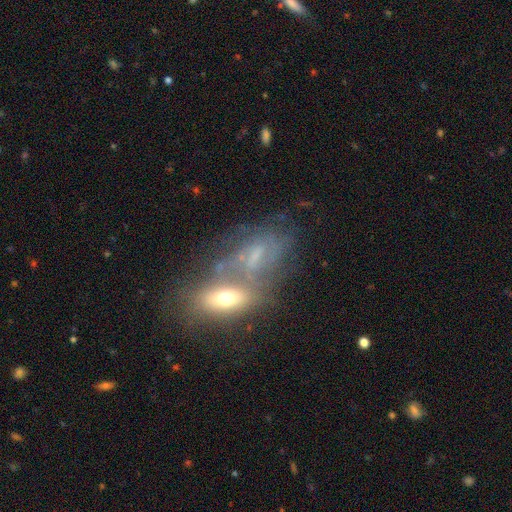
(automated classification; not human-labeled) This appears to be a featured or disk galaxy (55%). Merging: merger (44%).